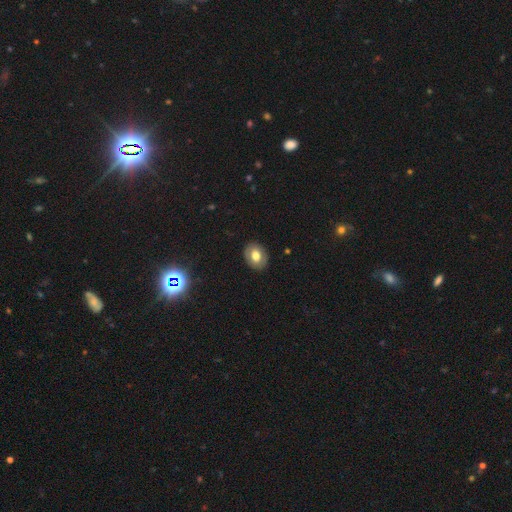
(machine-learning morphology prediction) Smooth or featured? Predicted: smooth (p=0.68). How rounded? Predicted: in between (p=0.65). Merging? Predicted: none (p=0.87).